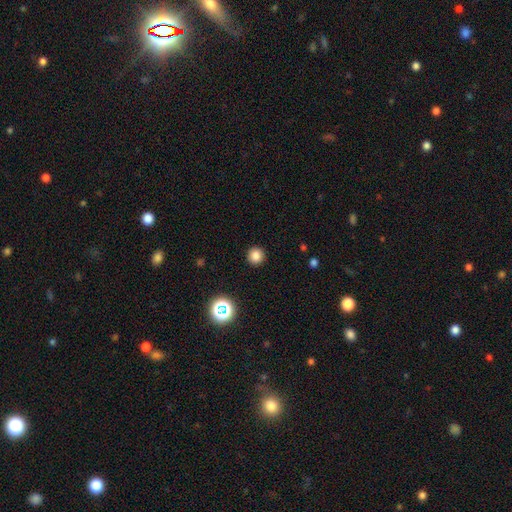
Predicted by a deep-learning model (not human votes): smooth 82%, star or artifact 14%, featured or disk 4%. Down the decision tree: how rounded — round (94%); merging — none (92%).